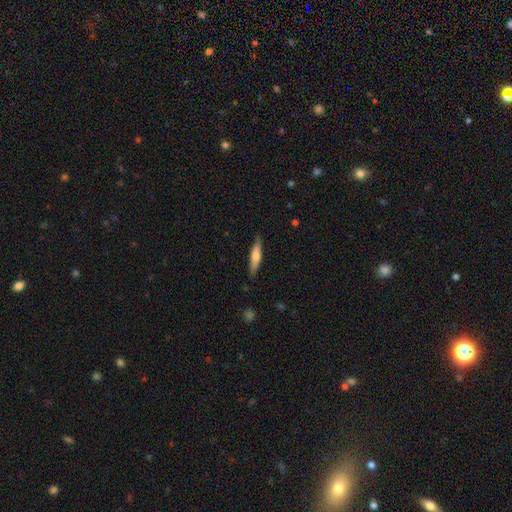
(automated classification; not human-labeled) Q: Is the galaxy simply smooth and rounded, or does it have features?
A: smooth — 58%.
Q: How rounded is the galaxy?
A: cigar-shaped — 84%.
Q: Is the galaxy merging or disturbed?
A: none — 85%.